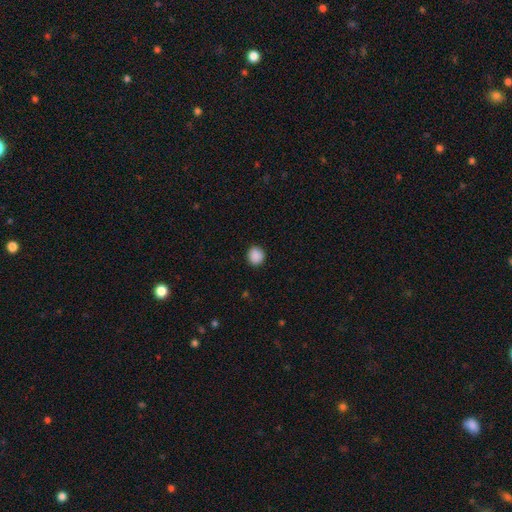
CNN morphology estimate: Smooth or featured? Predicted: smooth (p=0.89). How rounded? Predicted: round (p=0.90). Merging? Predicted: none (p=0.90).